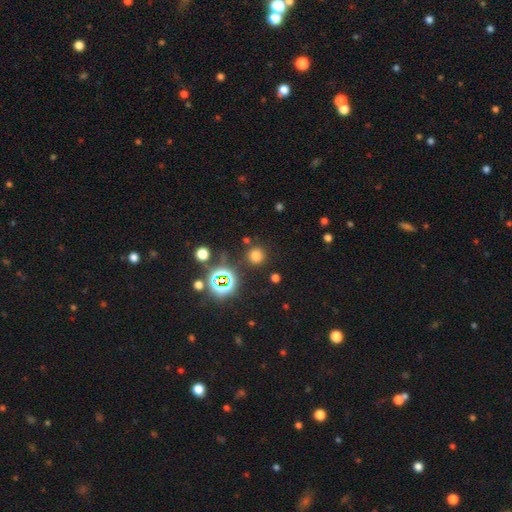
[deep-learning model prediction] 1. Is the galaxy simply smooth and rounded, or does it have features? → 68% smooth, 26% star or artifact, 6% featured or disk.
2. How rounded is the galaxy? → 93% round, 6% in between, 1% cigar-shaped.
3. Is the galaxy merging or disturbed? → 85% none, 8% minor disturbance, 4% merger, 4% major disturbance.